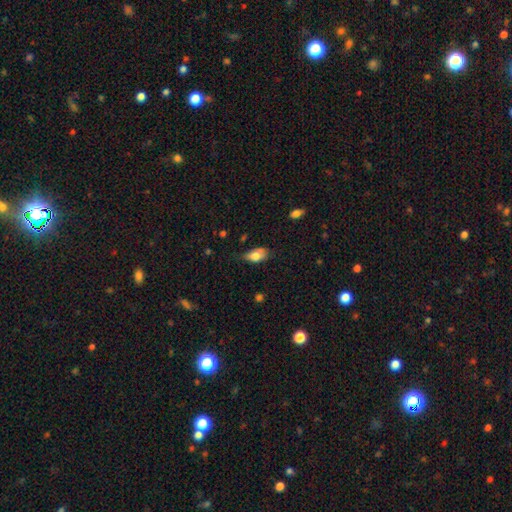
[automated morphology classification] Smooth or featured? Predicted: smooth (p=0.77). How rounded? Predicted: in between (p=0.91). Merging? Predicted: none (p=0.49).